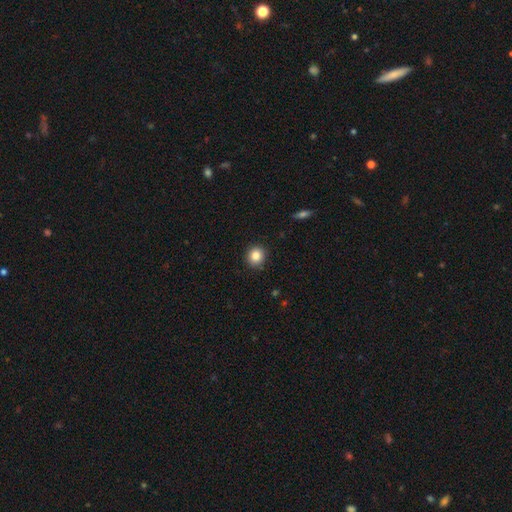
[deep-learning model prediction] Q: Smooth or featured?
A: smooth (84%); runner-up: star or artifact (10%)
Q: How rounded?
A: round (87%); runner-up: in between (12%)
Q: Merging?
A: none (91%); runner-up: minor disturbance (6%)